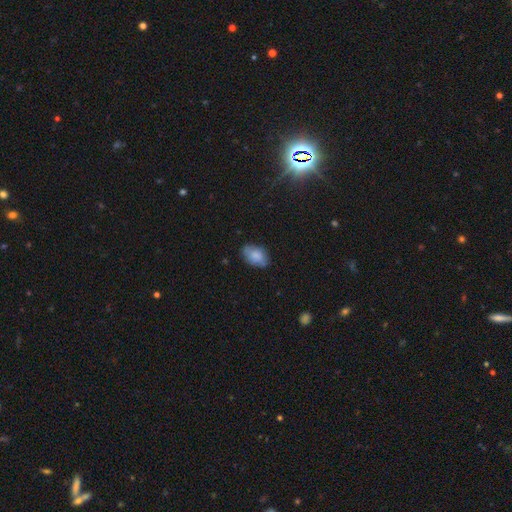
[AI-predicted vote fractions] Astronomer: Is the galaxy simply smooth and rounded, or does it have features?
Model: smooth — 81%.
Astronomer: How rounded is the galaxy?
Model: in between — 89%.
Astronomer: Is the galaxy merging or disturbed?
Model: none — 74%.